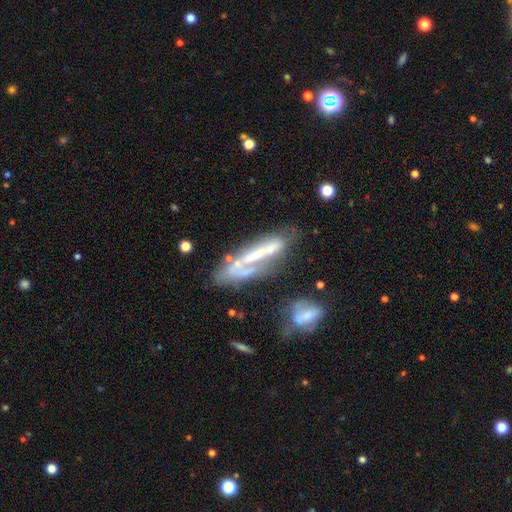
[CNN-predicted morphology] The model was most divided on "edge-on disk": no: 58%, yes: 42%. Remaining: smooth or featured — featured or disk (60%); merging — none (43%).